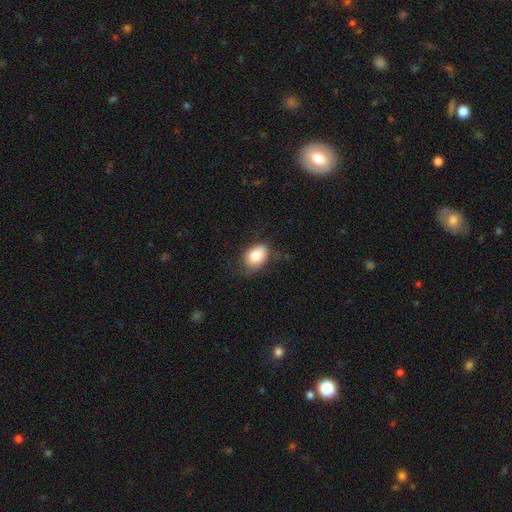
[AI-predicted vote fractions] smooth 79%, featured or disk 13%, star or artifact 8%. Down the decision tree: how rounded — in between (80%); merging — none (59%).